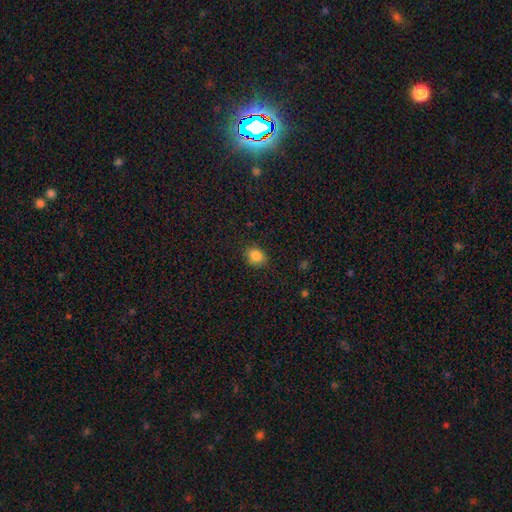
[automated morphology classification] The model was most divided on "how rounded": in between: 50%, round: 49%, cigar-shaped: 1%. More confident: smooth or featured — smooth (86%); merging — none (85%).